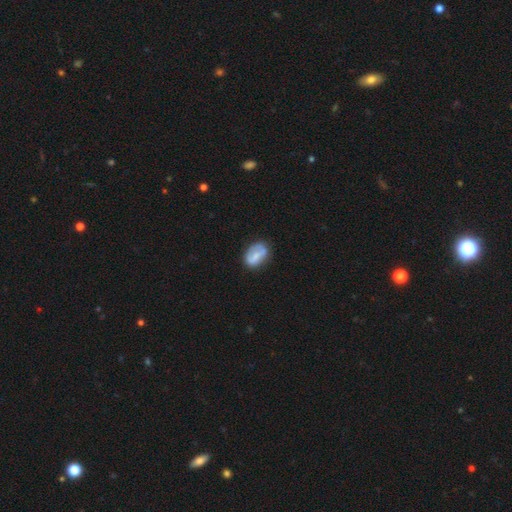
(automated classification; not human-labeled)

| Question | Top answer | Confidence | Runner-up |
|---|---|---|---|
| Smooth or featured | smooth | 53% | featured or disk (40%) |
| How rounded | in between | 83% | round (14%) |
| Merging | none | 61% | minor disturbance (26%) |